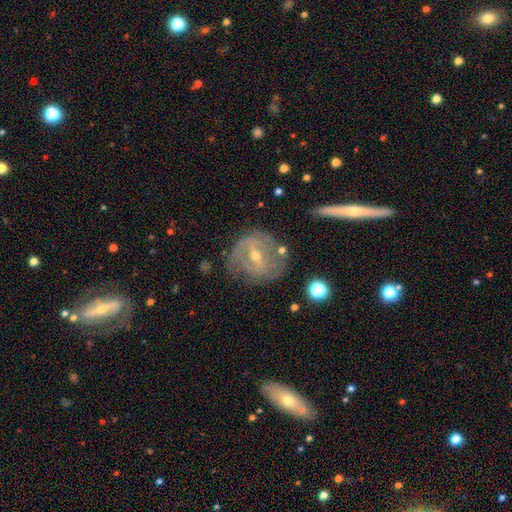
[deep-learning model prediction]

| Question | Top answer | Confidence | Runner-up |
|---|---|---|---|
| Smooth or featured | featured or disk | 77% | smooth (15%) |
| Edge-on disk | no | 92% | yes (8%) |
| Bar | weak | 45% | strong (38%) |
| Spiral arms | yes | 72% | no (28%) |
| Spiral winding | tight | 51% | medium (34%) |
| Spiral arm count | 2 | 46% | can't tell (36%) |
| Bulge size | small | 51% | moderate (46%) |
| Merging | none | 65% | minor disturbance (21%) |